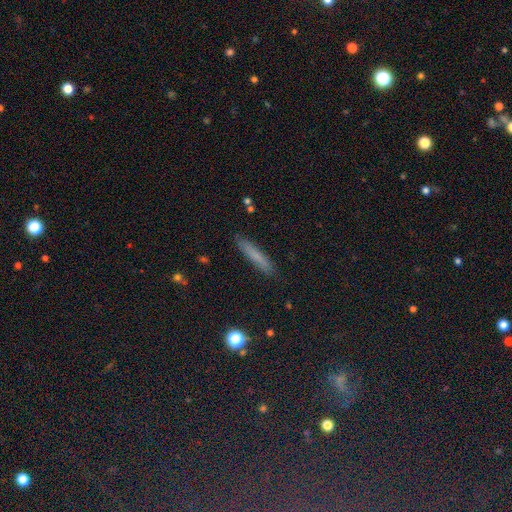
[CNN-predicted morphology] This is likely a smooth galaxy (72%). How rounded: clearly cigar-shaped (93%). Merging: clearly none (88%).